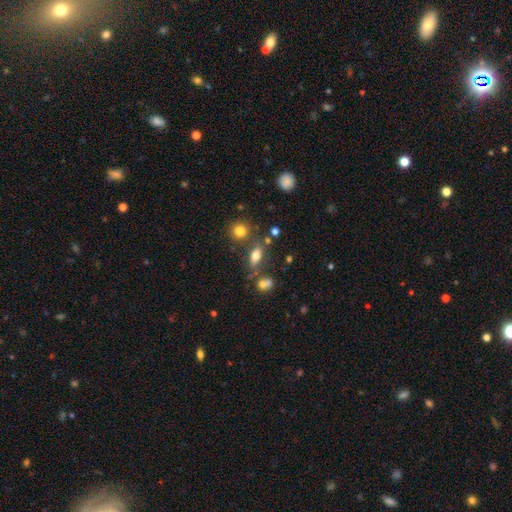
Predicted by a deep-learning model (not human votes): smooth 73%, featured or disk 15%, star or artifact 12%. Down the decision tree: how rounded — in between (78%); merging — none (69%).